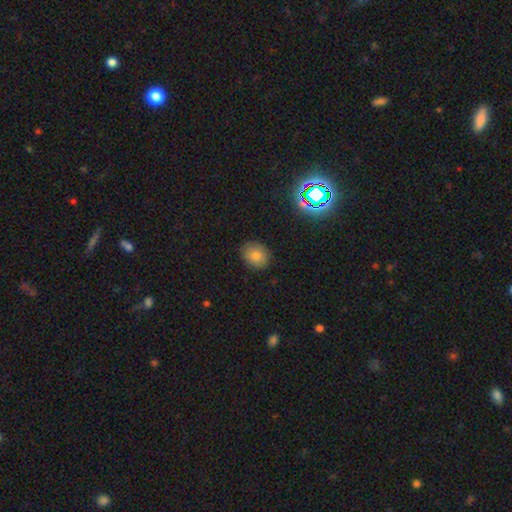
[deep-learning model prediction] This is likely a smooth galaxy (76%). How rounded: likely round (68%). Merging: clearly none (87%).